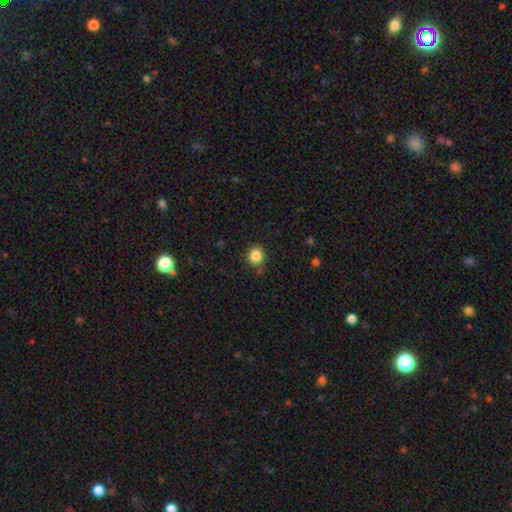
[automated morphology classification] This is clearly a smooth galaxy (85%). How rounded: clearly round (86%). Merging: likely none (79%).